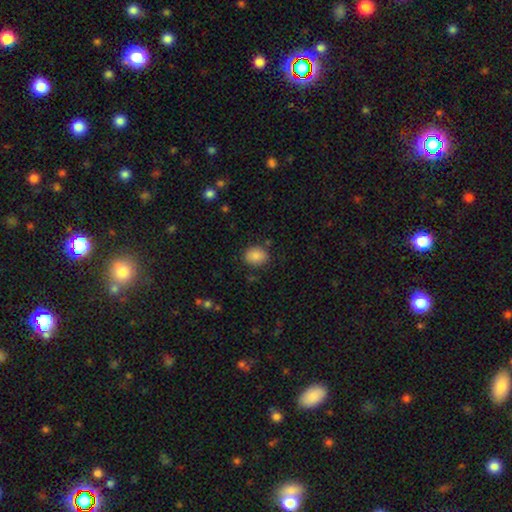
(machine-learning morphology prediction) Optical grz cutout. It shows a smooth galaxy with no disk features (87%) that is in between round and cigar-shaped (57%). Merging: none (84%).